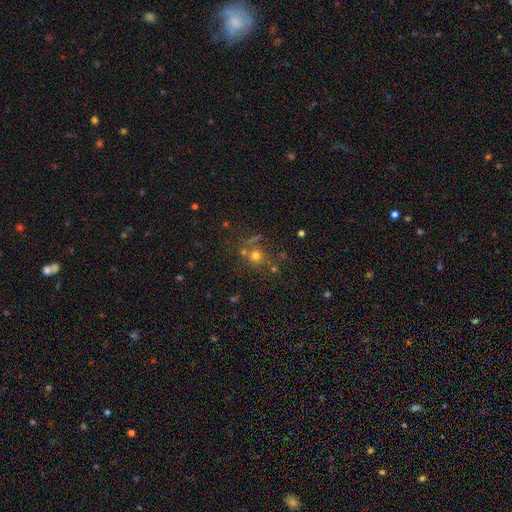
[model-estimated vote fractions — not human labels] Smooth or featured? smooth (63%)
How rounded? round (91%)
Merging? none (66%)